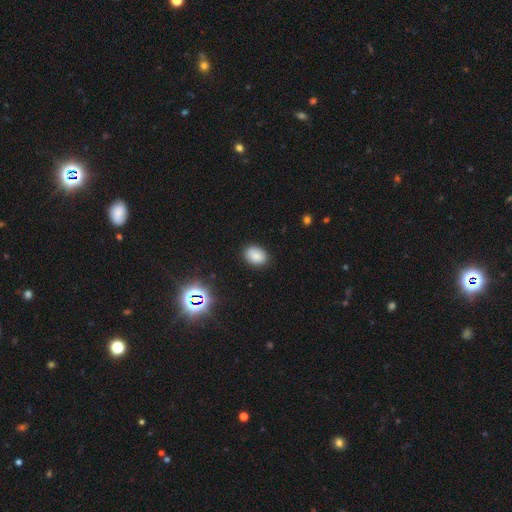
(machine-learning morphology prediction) This is clearly a smooth galaxy (84%). How rounded: likely in between (77%). Merging: clearly none (86%).